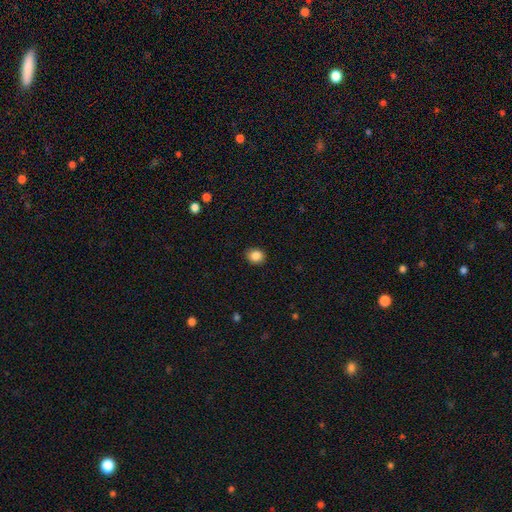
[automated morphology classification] A smooth galaxy with no disk features (87%) that is round (71%). Merging: none (90%).